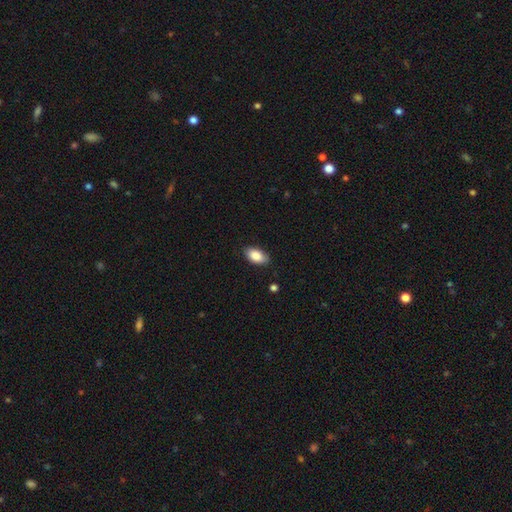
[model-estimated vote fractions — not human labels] This is clearly a smooth galaxy (87%). How rounded: clearly in between (93%). Merging: clearly none (86%).